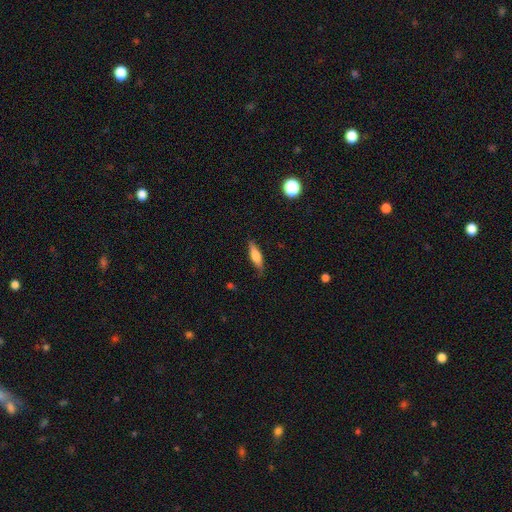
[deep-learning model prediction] Q: Smooth or featured?
A: smooth (66%); runner-up: featured or disk (27%)
Q: How rounded?
A: cigar-shaped (57%); runner-up: in between (41%)
Q: Merging?
A: none (78%); runner-up: minor disturbance (17%)